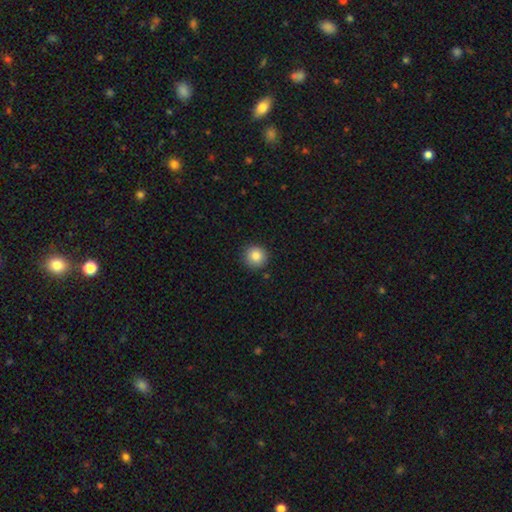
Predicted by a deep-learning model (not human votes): smooth 84%, star or artifact 10%, featured or disk 6%. Down the decision tree: how rounded — round (95%); merging — none (91%).